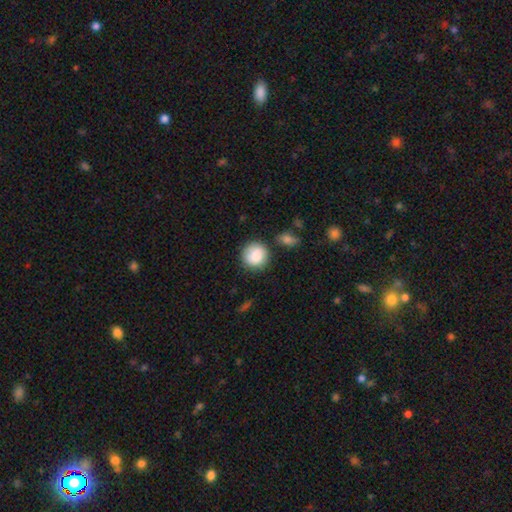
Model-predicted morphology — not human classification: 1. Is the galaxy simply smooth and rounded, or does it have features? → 85% smooth, 8% featured or disk, 8% star or artifact.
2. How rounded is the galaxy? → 93% round, 6% in between, 1% cigar-shaped.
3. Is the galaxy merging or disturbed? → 80% none, 12% minor disturbance, 5% merger, 3% major disturbance.